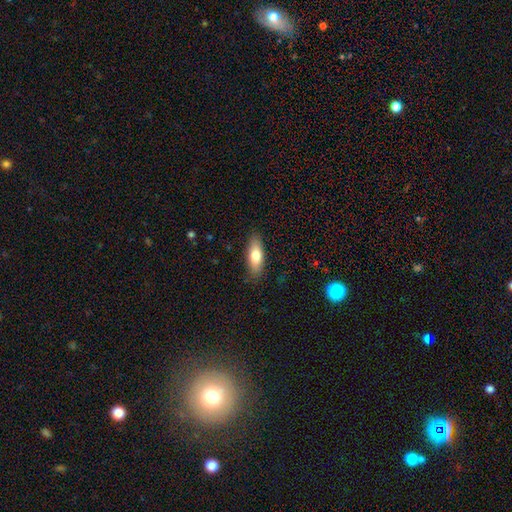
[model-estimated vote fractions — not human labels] smooth_or_featured: smooth (p=0.75) [alt: featured or disk p=0.19]
how_rounded: in between (p=0.65) [alt: cigar-shaped p=0.33]
merging: none (p=0.86) [alt: minor disturbance p=0.11]